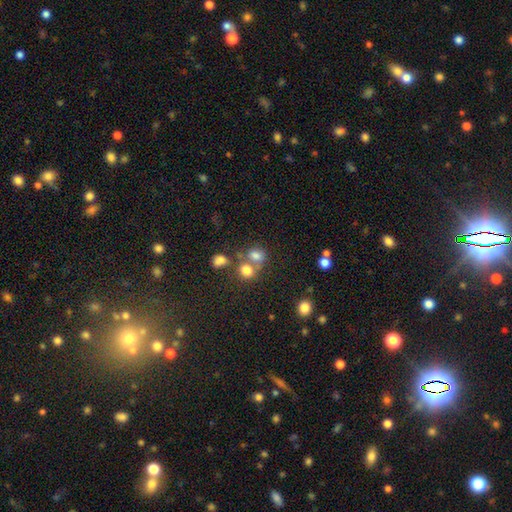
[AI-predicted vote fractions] Q: Smooth or featured?
A: smooth (73%); runner-up: star or artifact (15%)
Q: How rounded?
A: round (56%); runner-up: in between (43%)
Q: Merging?
A: merger (44%); runner-up: none (39%)